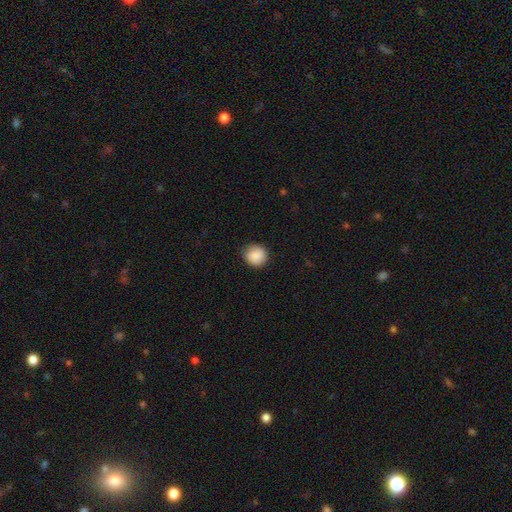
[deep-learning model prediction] Smooth or featured?
  - smooth: 88% *
  - star or artifact: 8%
  - featured or disk: 4%
How rounded?
  - round: 90% *
  - in between: 9%
  - cigar-shaped: 1%
Merging?
  - none: 84% *
  - minor disturbance: 12%
  - major disturbance: 3%
  - merger: 1%